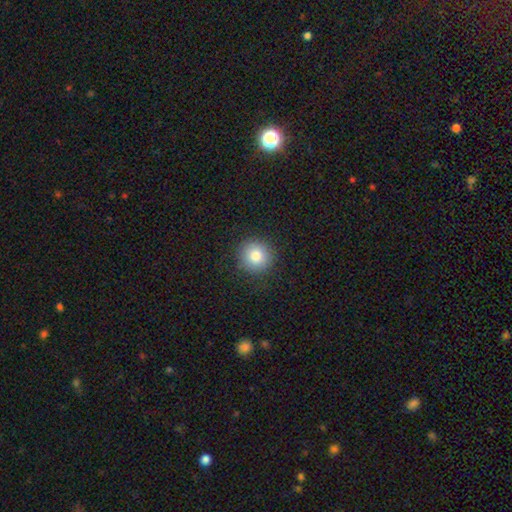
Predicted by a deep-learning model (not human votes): smooth 82%, star or artifact 10%, featured or disk 8%. Down the decision tree: how rounded — round (94%); merging — none (90%).